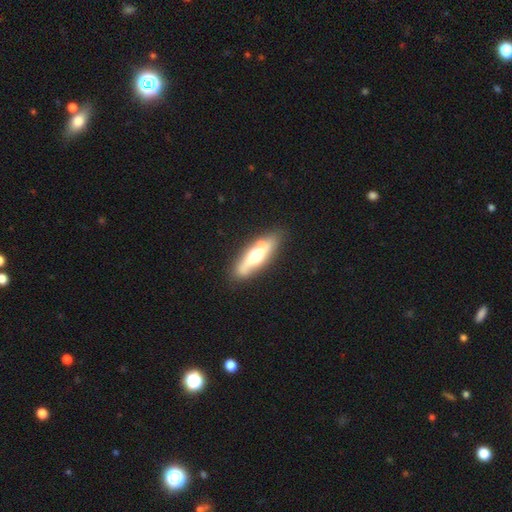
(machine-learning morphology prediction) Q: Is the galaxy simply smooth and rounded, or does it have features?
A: featured or disk — 54%.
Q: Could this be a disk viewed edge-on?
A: yes — 64%.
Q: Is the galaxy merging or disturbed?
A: none — 74%.